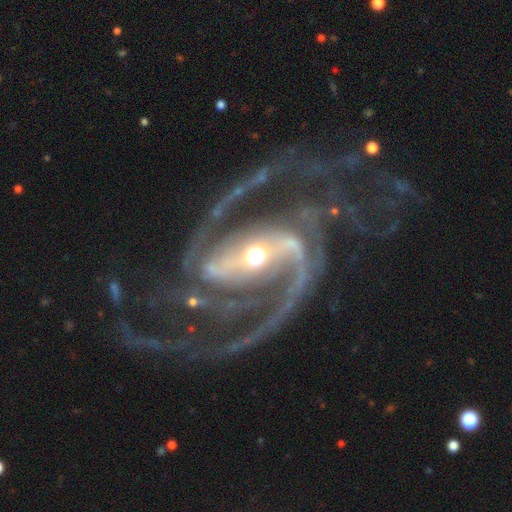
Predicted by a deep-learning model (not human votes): This appears to be a featured or disk galaxy (91%) with a strong bar (62%), 2 (82%) medium (48%) spiral arms (96%) and a moderate central bulge (59%). Merging: none (64%).